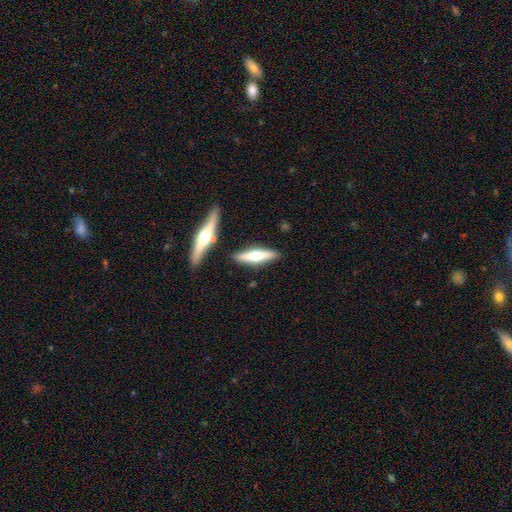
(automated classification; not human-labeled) Overall: featured or disk (56%; smooth 39%). Edge-on disk: yes (95%). Edge-on bulge: rounded (92%). Merging: none (82%).